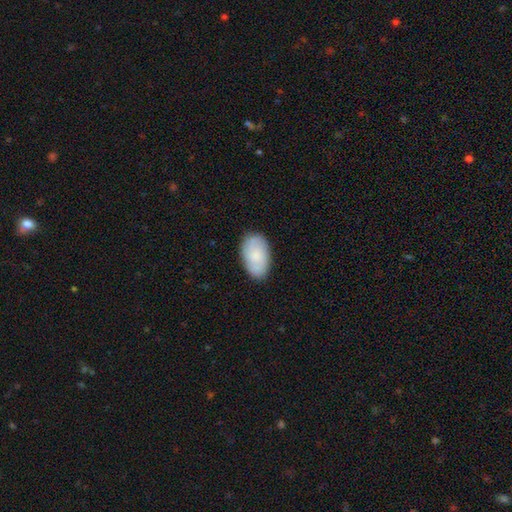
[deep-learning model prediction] Q: Smooth or featured?
A: smooth (78%); runner-up: featured or disk (16%)
Q: How rounded?
A: in between (95%); runner-up: round (4%)
Q: Merging?
A: none (85%); runner-up: minor disturbance (11%)